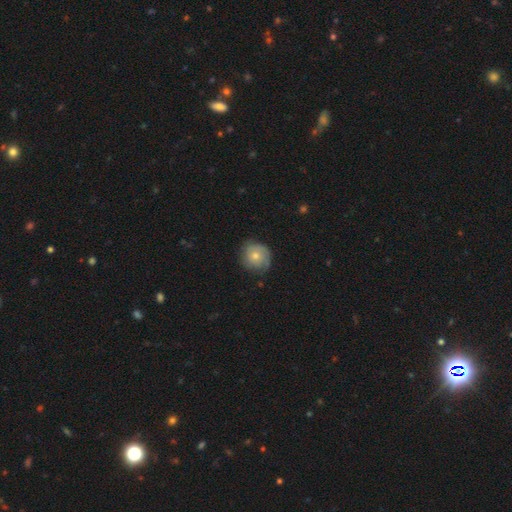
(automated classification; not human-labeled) smooth_or_featured: smooth (p=0.56) [alt: featured or disk p=0.36]
how_rounded: round (p=0.86) [alt: in between p=0.13]
merging: none (p=0.69) [alt: minor disturbance p=0.23]